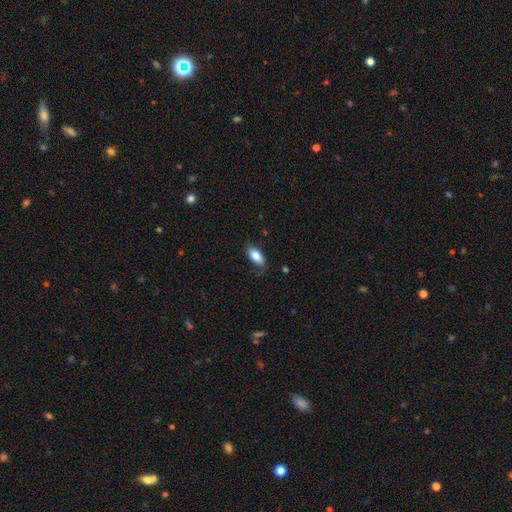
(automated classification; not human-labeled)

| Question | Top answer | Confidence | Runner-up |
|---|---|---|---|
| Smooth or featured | smooth | 83% | featured or disk (11%) |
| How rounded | in between | 90% | cigar-shaped (7%) |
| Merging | none | 68% | minor disturbance (24%) |